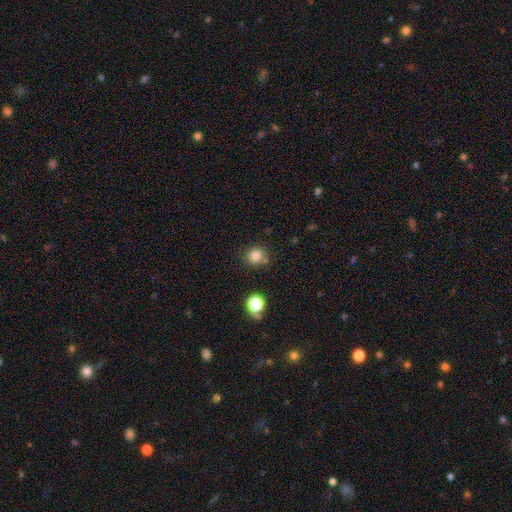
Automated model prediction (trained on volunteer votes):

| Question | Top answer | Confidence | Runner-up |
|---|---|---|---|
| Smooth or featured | smooth | 79% | star or artifact (14%) |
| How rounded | round | 90% | in between (9%) |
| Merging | none | 78% | minor disturbance (10%) |